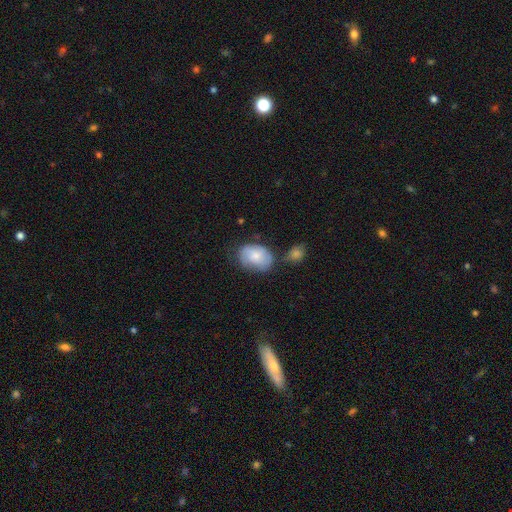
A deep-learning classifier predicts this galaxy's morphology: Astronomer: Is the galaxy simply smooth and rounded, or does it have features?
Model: smooth — 65%.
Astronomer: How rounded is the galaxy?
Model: in between — 73%.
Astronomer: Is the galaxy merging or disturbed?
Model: none — 50% (runner-up: minor disturbance, 27%).